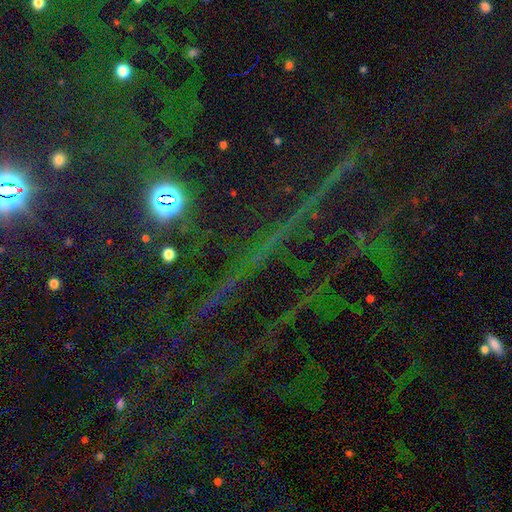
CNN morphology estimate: type=star or artifact (79%).